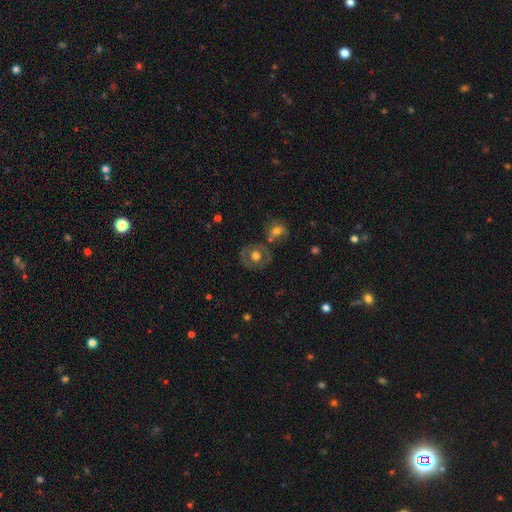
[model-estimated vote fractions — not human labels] smooth 48%, featured or disk 44%, star or artifact 8%. Down the decision tree: merging — none (68%).